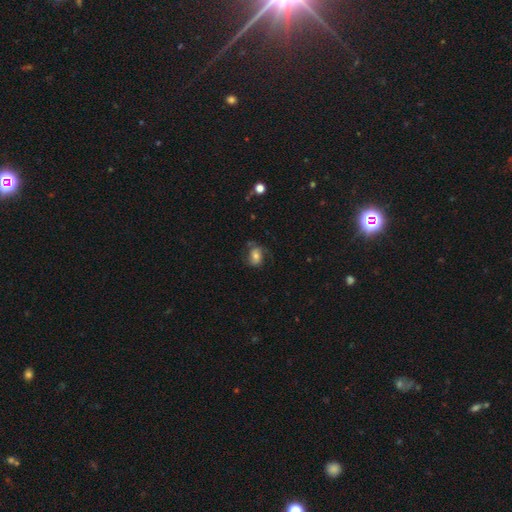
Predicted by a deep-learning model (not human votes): Overall: smooth (52%; featured or disk 37%). How rounded: in between (65%; round 33%). Merging: none (55%; minor disturbance 25%).